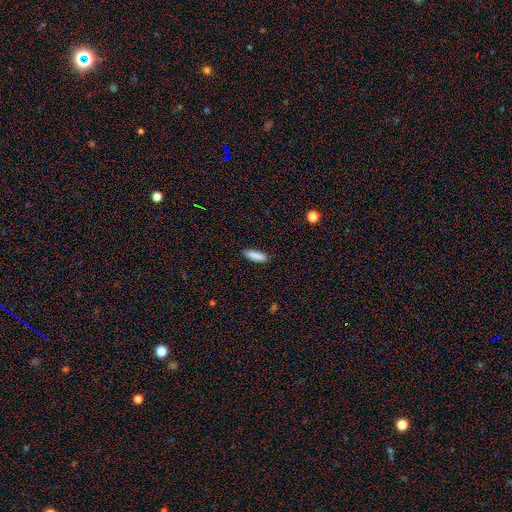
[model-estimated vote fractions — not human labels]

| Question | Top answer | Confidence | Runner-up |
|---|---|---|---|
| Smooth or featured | smooth | 88% | star or artifact (7%) |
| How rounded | cigar-shaped | 53% | in between (45%) |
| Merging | none | 89% | minor disturbance (8%) |